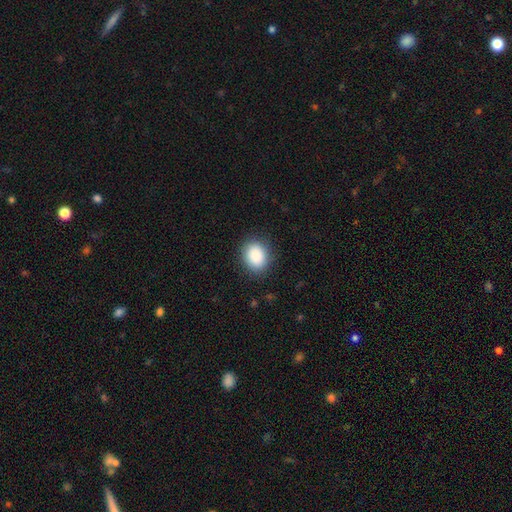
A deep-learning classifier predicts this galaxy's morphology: Q: Smooth or featured?
A: smooth (89%); runner-up: star or artifact (8%)
Q: How rounded?
A: in between (53%); runner-up: round (46%)
Q: Merging?
A: none (86%); runner-up: minor disturbance (10%)